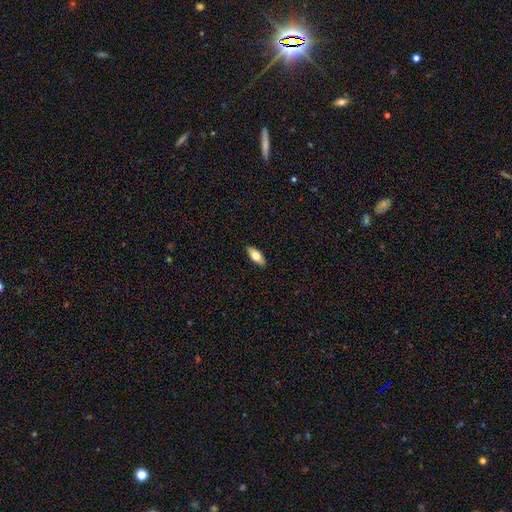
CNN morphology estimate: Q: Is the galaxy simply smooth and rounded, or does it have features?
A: smooth — 64%.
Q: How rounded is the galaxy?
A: in between — 78%.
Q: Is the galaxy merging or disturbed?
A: none — 90%.